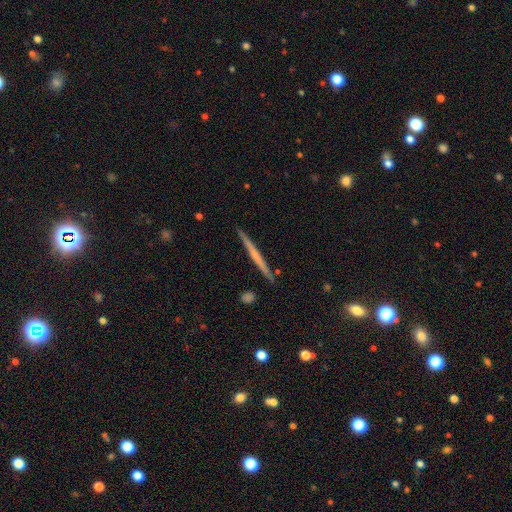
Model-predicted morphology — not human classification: The model was most divided on "smooth or featured": featured or disk: 58%, smooth: 37%, star or artifact: 5%. More confident: edge-on disk — yes (98%); merging — none (91%); edge-on bulge — none (74%).